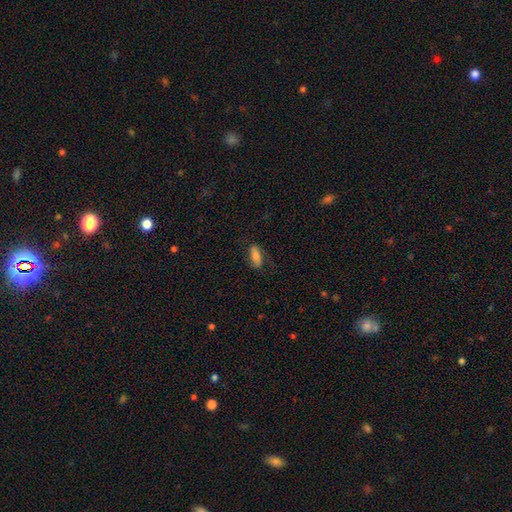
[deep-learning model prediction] A smooth galaxy with no disk features (63%) that is in between round and cigar-shaped (76%).

Vote fractions:
- Smooth or featured? smooth: 63% / featured or disk: 29% / star or artifact: 8%
- How rounded? in between: 76% / cigar-shaped: 21% / round: 4%
- Merging? none: 71% / minor disturbance: 20% / major disturbance: 8% / merger: 1%